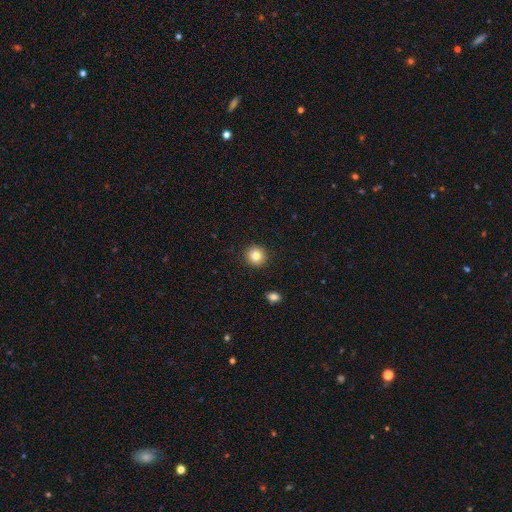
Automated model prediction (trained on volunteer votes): smooth_or_featured: smooth (p=0.84) [alt: star or artifact p=0.10]
how_rounded: round (p=0.91) [alt: in between p=0.08]
merging: none (p=0.91) [alt: minor disturbance p=0.06]